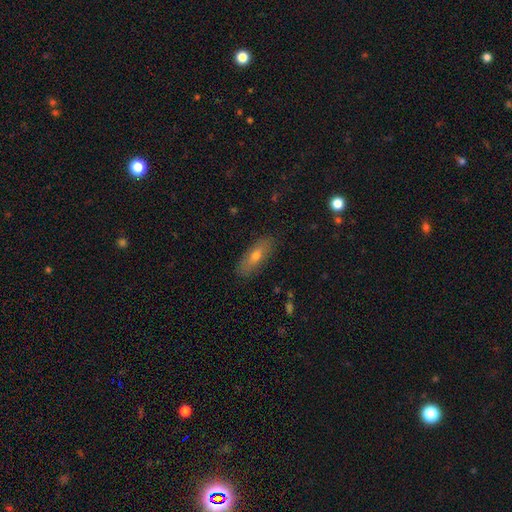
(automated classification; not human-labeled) This is likely a smooth galaxy (62%). How rounded: possibly in between (59%). Merging: clearly none (87%).